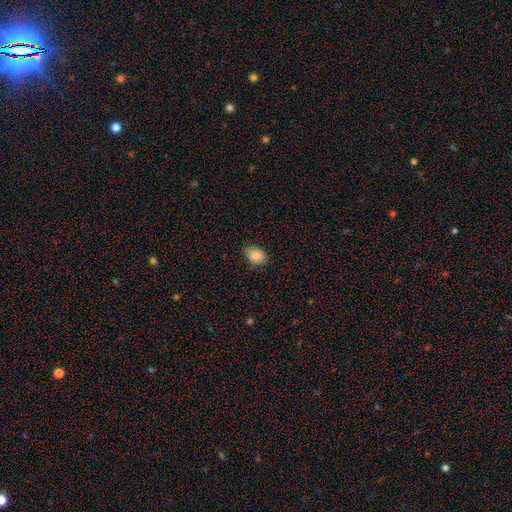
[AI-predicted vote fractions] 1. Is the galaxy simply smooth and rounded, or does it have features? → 85% smooth, 8% star or artifact, 7% featured or disk.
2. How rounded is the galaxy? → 75% in between, 24% round, 1% cigar-shaped.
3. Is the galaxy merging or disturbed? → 82% none, 15% minor disturbance, 2% major disturbance, 1% merger.